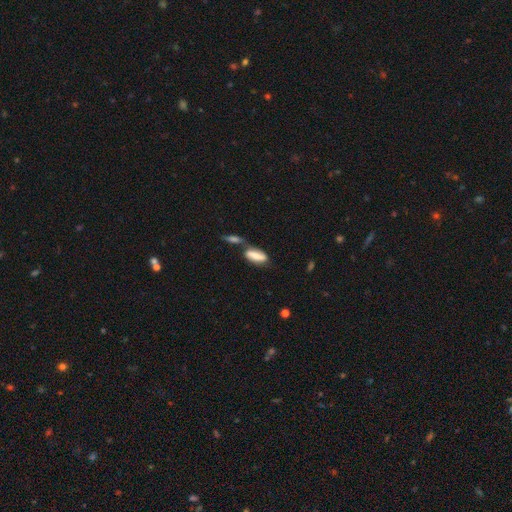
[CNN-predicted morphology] Overall: smooth (61%; featured or disk 31%). How rounded: in between (79%). Merging: merger (45%; none 34%).